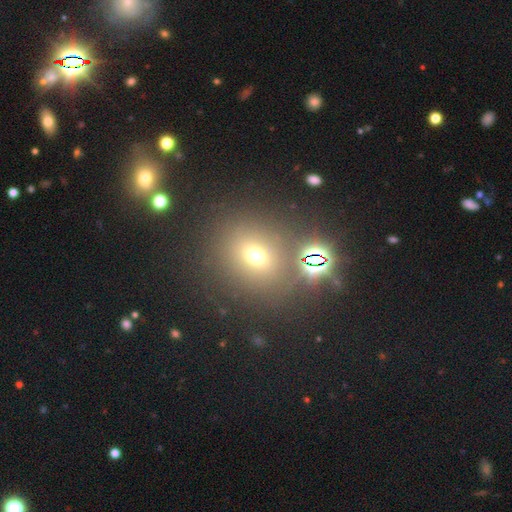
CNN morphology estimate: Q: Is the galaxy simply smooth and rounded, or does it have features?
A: smooth — 64%.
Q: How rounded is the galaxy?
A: round — 68%.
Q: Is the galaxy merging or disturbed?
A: none — 74%.